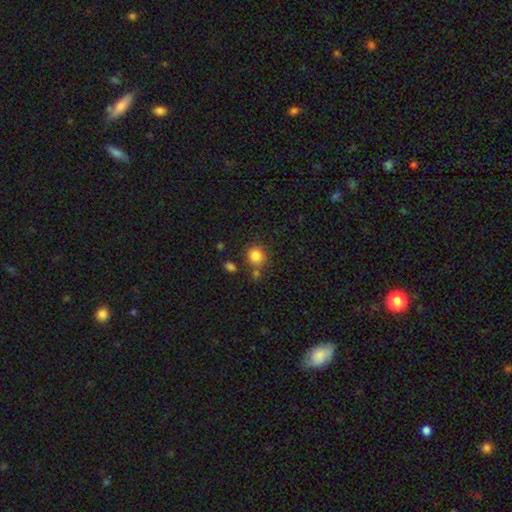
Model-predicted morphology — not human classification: Smooth or featured?
  - smooth: 84% *
  - star or artifact: 10%
  - featured or disk: 5%
How rounded?
  - round: 87% *
  - in between: 12%
  - cigar-shaped: 1%
Merging?
  - none: 70% *
  - merger: 14%
  - minor disturbance: 12%
  - major disturbance: 4%